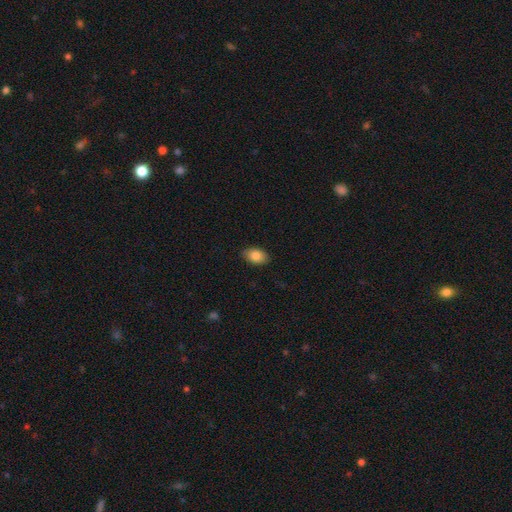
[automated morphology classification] Smooth or featured? Predicted: smooth (p=0.85). How rounded? Predicted: in between (p=0.87). Merging? Predicted: none (p=0.86).